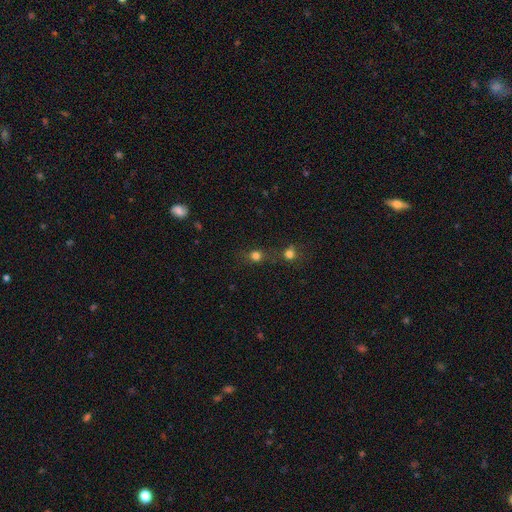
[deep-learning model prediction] Smooth or featured: smooth — 72% (star or artifact — 20%)
How rounded: round — 77% (in between — 21%)
Merging: none — 57% (merger — 28%)